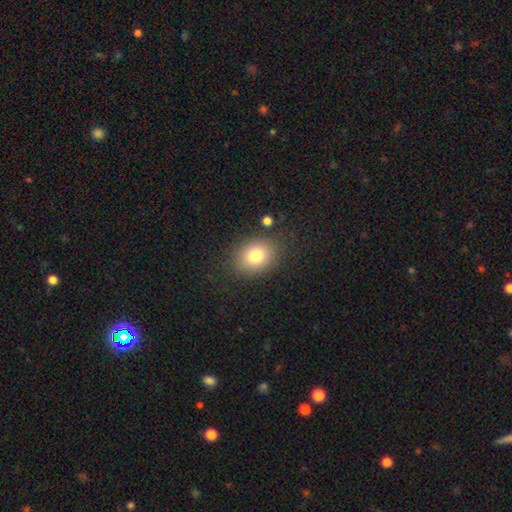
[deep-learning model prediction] This appears to be a smooth galaxy with no disk features (81%) that is in between round and cigar-shaped (60%). Merging: none (80%).